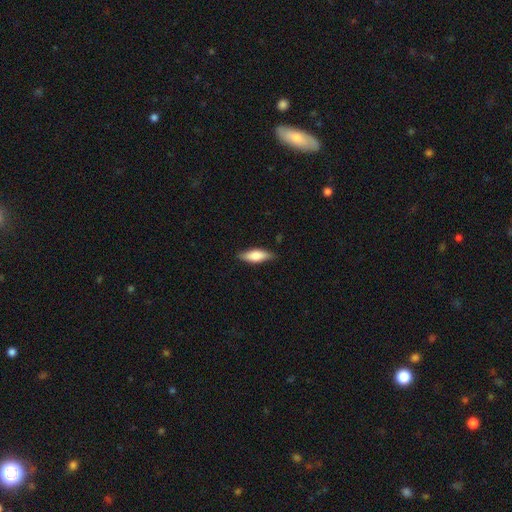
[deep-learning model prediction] Smooth or featured? smooth (66%)
How rounded? in between (60%)
Merging? none (84%)